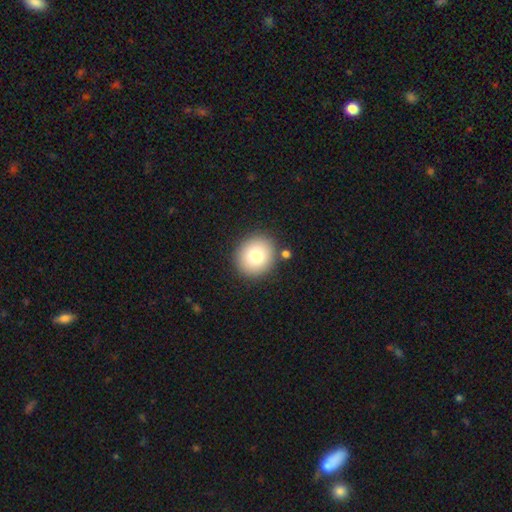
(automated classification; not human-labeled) Overall: smooth (78%). How rounded: round (85%). Merging: none (86%).